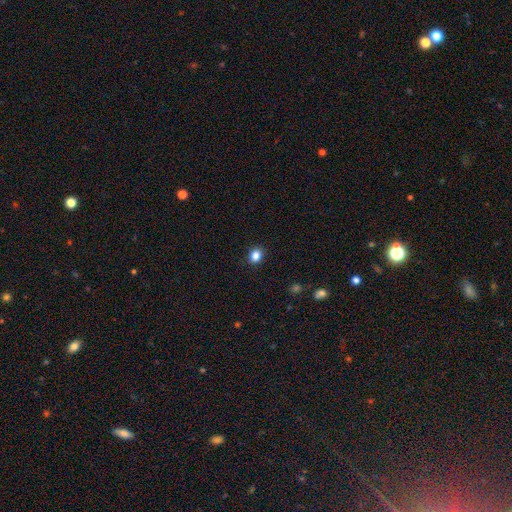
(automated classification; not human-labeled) This is clearly a smooth galaxy (85%). How rounded: possibly round (57%). Merging: clearly none (89%).